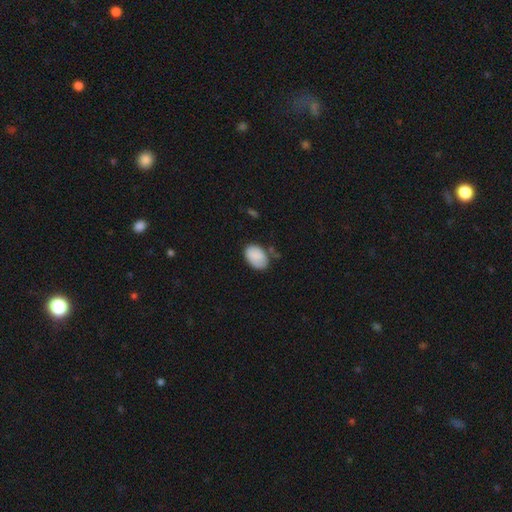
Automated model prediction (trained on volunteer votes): Morphology: type=smooth (83%); roundness=in between (88%); merging=none (59%).